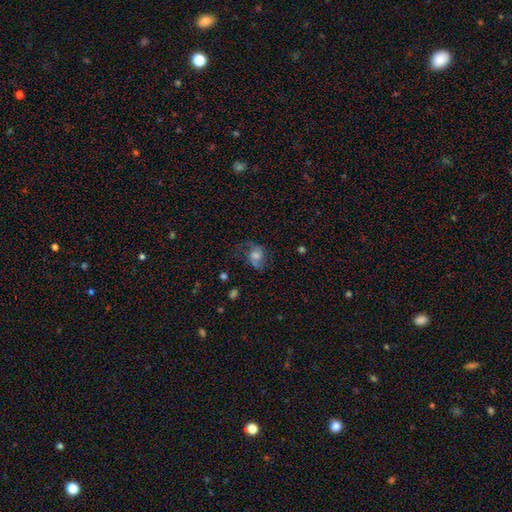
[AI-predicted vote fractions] smooth_or_featured: featured or disk (p=0.50) [alt: smooth p=0.36]
disk_edge_on: no (p=0.96) [alt: yes p=0.04]
merging: none (p=0.58) [alt: minor disturbance p=0.21]